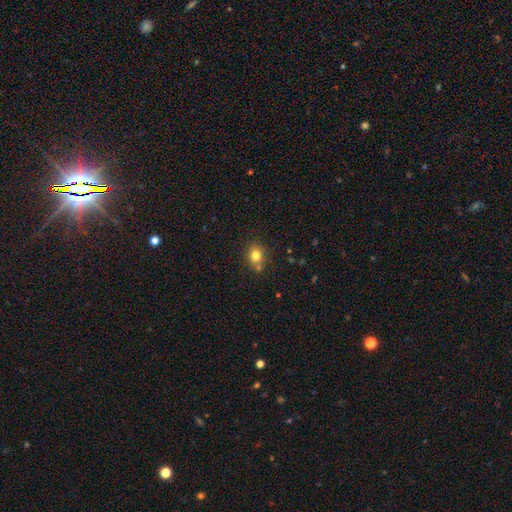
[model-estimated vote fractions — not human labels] Smooth or featured? Predicted: smooth (p=0.80). How rounded? Predicted: round (p=0.65). Merging? Predicted: none (p=0.72).